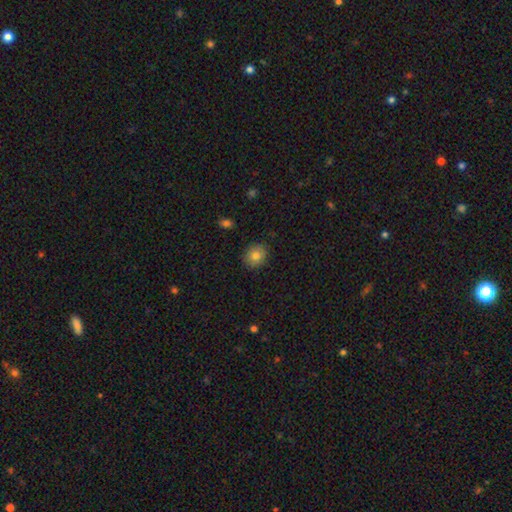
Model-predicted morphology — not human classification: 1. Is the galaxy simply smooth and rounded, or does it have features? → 80% smooth, 10% featured or disk, 10% star or artifact.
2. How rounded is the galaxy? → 65% round, 34% in between, 1% cigar-shaped.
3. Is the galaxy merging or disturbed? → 87% none, 10% minor disturbance, 2% major disturbance, 1% merger.